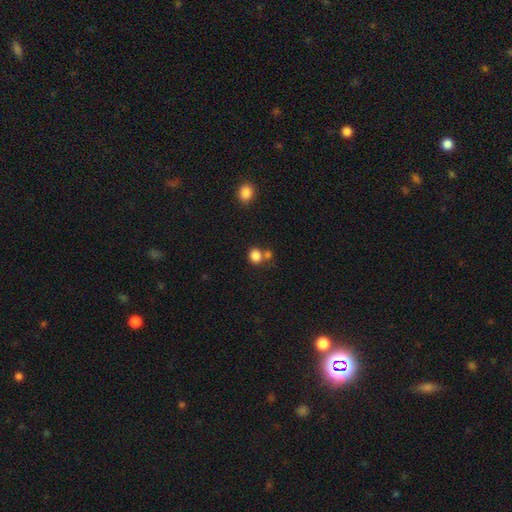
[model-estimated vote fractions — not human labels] Overall: smooth (84%). How rounded: round (75%). Merging: none (58%; merger 28%).